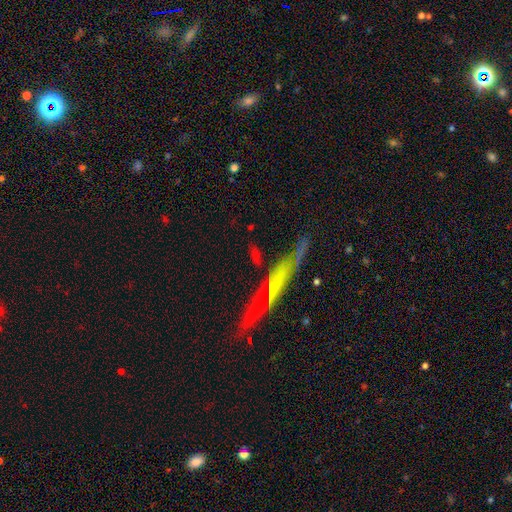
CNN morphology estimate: Smooth or featured?
  - smooth: 47% *
  - star or artifact: 27%
  - featured or disk: 25%
Merging?
  - none: 80% *
  - minor disturbance: 11%
  - major disturbance: 5%
  - merger: 4%